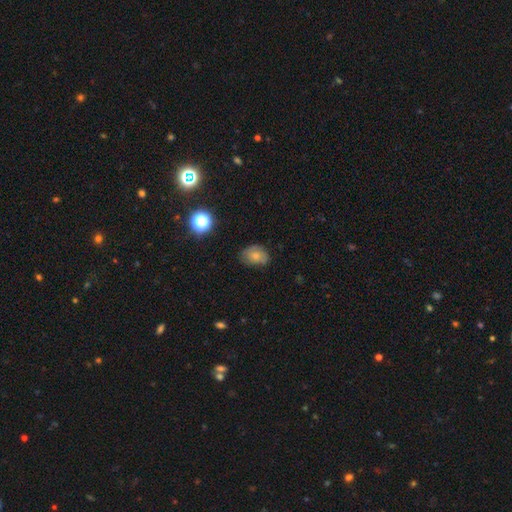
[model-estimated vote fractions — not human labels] smooth-or-featured: smooth: 65% | featured or disk: 23% | star or artifact: 13%
  how-rounded: in between: 69% | round: 30% | cigar-shaped: 1%
  merging: none: 69% | minor disturbance: 24% | major disturbance: 6% | merger: 2%